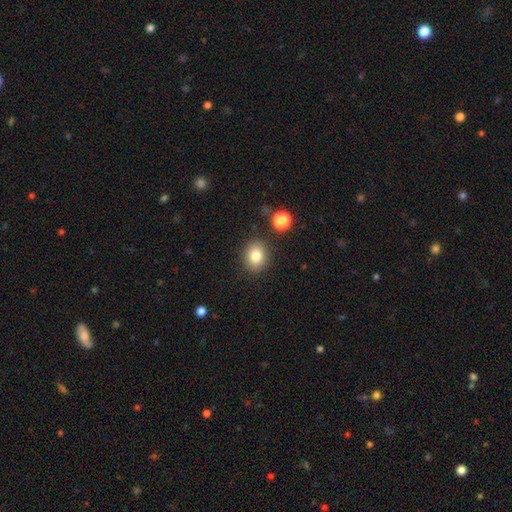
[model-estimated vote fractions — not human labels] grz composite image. It shows a smooth galaxy with no disk features (82%) that is round (58%). Merging: none (85%).